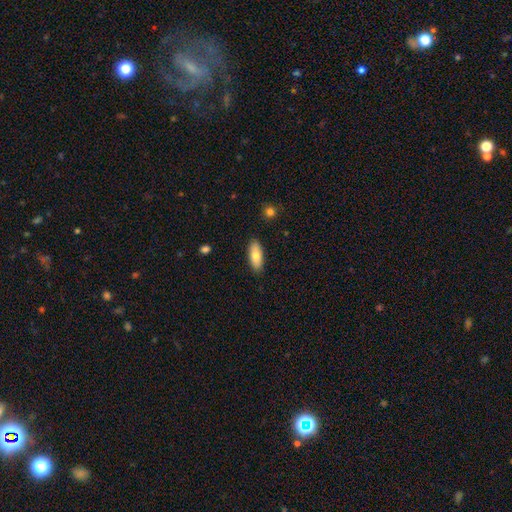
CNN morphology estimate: smooth-or-featured: smooth: 76% | featured or disk: 18% | star or artifact: 6%
  how-rounded: in between: 78% | cigar-shaped: 20% | round: 2%
  merging: none: 88% | minor disturbance: 9% | major disturbance: 2% | merger: 1%